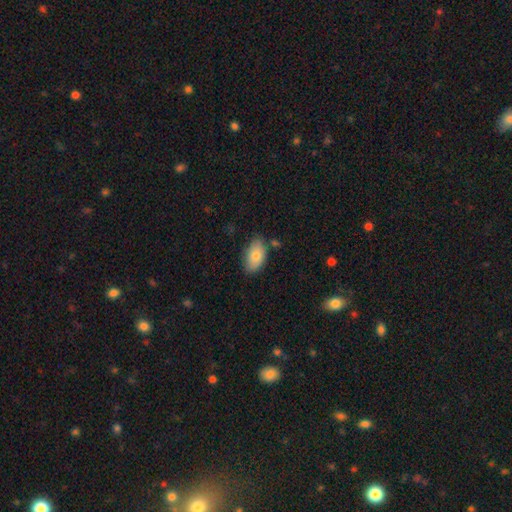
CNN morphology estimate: smooth_or_featured: smooth (p=0.80) [alt: featured or disk p=0.13]
how_rounded: in between (p=0.93) [alt: round p=0.05]
merging: none (p=0.74) [alt: minor disturbance p=0.19]